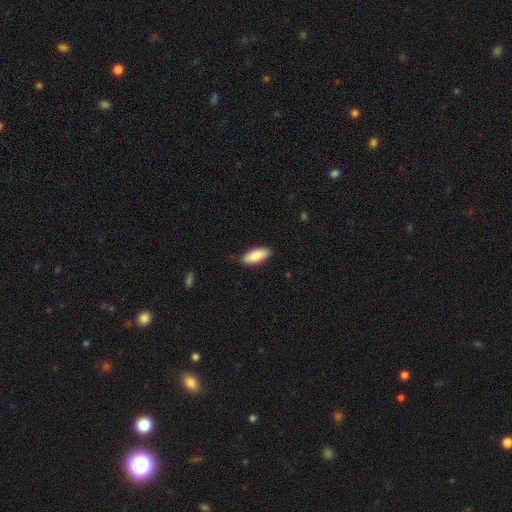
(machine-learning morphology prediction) smooth-or-featured: smooth: 86% | featured or disk: 8% | star or artifact: 6%
  how-rounded: in between: 81% | cigar-shaped: 17% | round: 2%
  merging: none: 86% | minor disturbance: 11% | major disturbance: 2% | merger: 1%